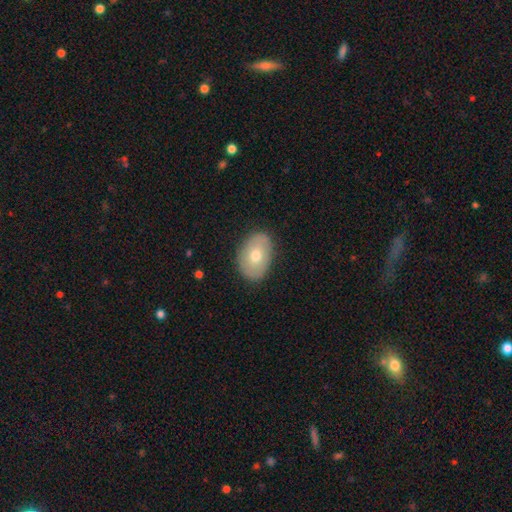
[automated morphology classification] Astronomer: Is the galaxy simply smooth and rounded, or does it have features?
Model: smooth — 65%.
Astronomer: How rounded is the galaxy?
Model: in between — 81%.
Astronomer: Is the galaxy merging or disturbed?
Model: none — 85%.